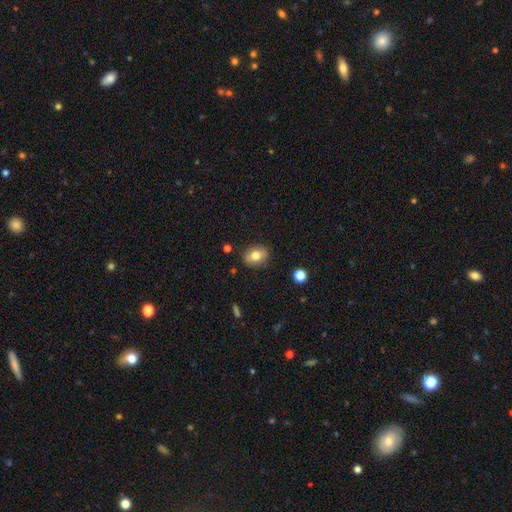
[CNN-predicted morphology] A smooth galaxy with no disk features (74%) that is in between round and cigar-shaped (64%).

Vote fractions:
- Smooth or featured? smooth: 74% / featured or disk: 17% / star or artifact: 9%
- How rounded? in between: 64% / round: 34% / cigar-shaped: 2%
- Merging? none: 84% / minor disturbance: 12% / major disturbance: 3% / merger: 2%